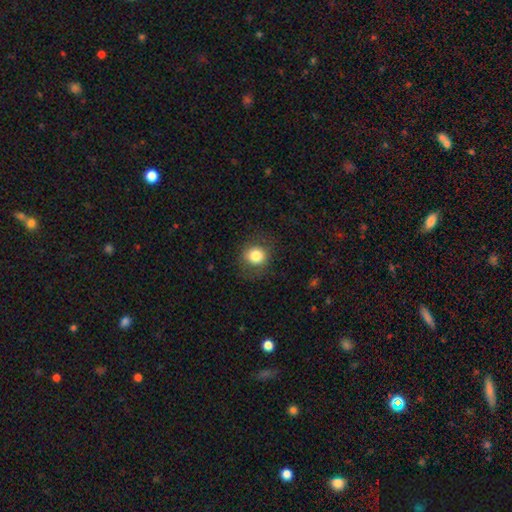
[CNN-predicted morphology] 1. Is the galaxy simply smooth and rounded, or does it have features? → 82% smooth, 10% star or artifact, 8% featured or disk.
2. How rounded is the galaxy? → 82% round, 17% in between, 1% cigar-shaped.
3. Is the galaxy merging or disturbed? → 81% none, 12% minor disturbance, 6% major disturbance, 1% merger.